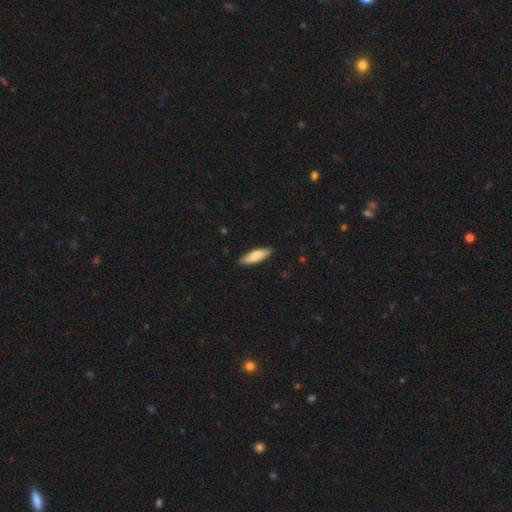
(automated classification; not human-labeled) smooth_or_featured: smooth (p=0.83) [alt: featured or disk p=0.12]
how_rounded: cigar-shaped (p=0.52) [alt: in between p=0.46]
merging: none (p=0.87) [alt: minor disturbance p=0.10]